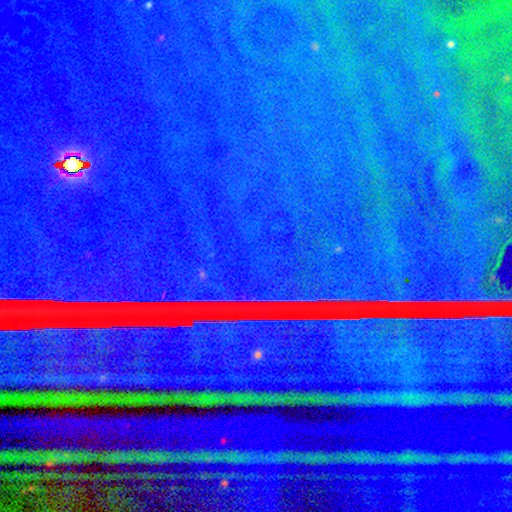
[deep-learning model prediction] Q: Smooth or featured?
A: star or artifact (87%); runner-up: featured or disk (7%)